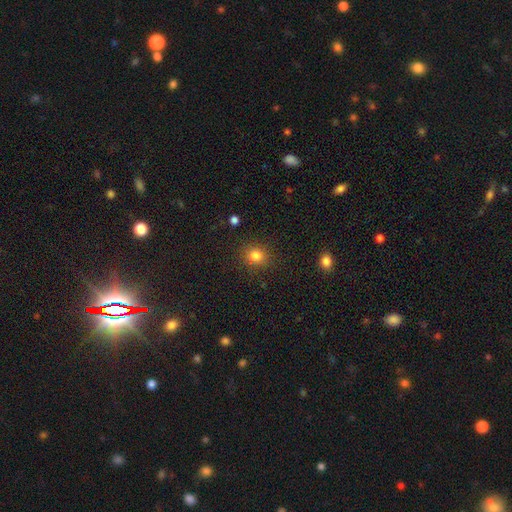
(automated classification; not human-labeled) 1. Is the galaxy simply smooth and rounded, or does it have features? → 81% smooth, 14% star or artifact, 5% featured or disk.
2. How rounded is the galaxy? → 75% round, 24% in between, 1% cigar-shaped.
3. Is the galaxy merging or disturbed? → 84% none, 10% minor disturbance, 3% major disturbance, 3% merger.